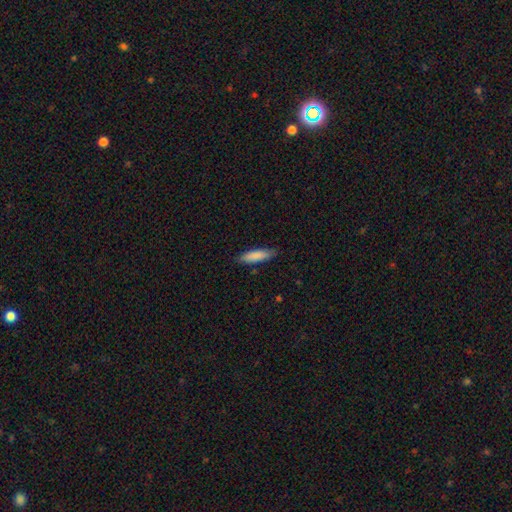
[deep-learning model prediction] This is clearly a smooth galaxy (85%). How rounded: likely cigar-shaped (67%). Merging: clearly none (84%).